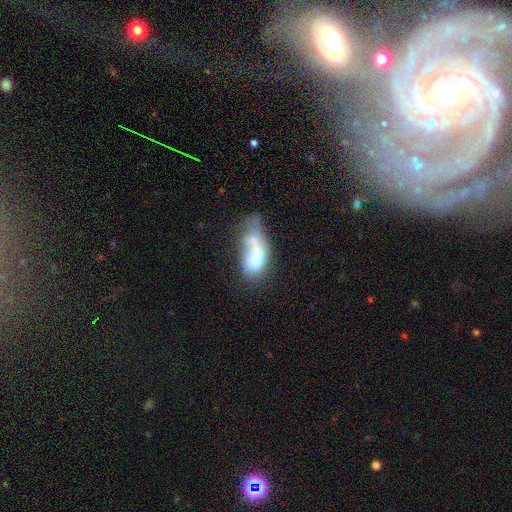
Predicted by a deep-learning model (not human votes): A smooth galaxy with no disk features (54%) that is in between round and cigar-shaped (81%).

Vote fractions:
- Smooth or featured? smooth: 54% / featured or disk: 36% / star or artifact: 9%
- How rounded? in between: 81% / cigar-shaped: 13% / round: 6%
- Merging? merger: 45% / major disturbance: 22% / none: 16% / minor disturbance: 16%